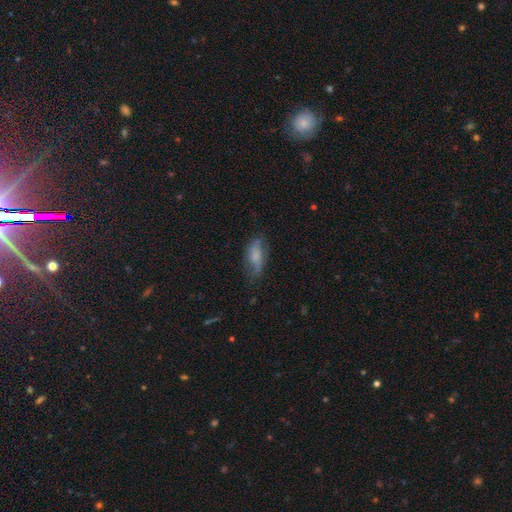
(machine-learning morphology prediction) A smooth galaxy with no disk features (51%) that is in between round and cigar-shaped (77%).

Vote fractions:
- Smooth or featured? smooth: 51% / featured or disk: 40% / star or artifact: 9%
- How rounded? in between: 77% / cigar-shaped: 19% / round: 4%
- Merging? none: 58% / minor disturbance: 27% / major disturbance: 12% / merger: 2%